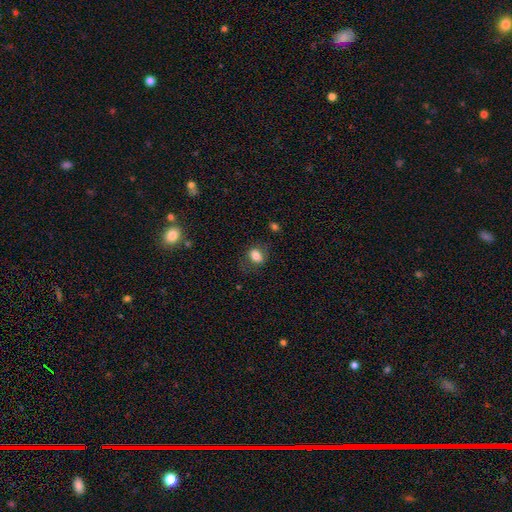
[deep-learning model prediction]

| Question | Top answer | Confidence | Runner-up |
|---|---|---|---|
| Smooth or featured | smooth | 78% | featured or disk (12%) |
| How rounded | in between | 71% | round (28%) |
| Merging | none | 70% | minor disturbance (19%) |